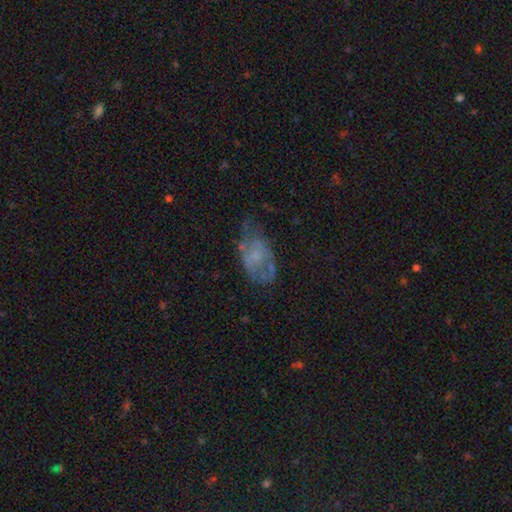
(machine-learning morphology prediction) The model was most divided on "bulge size": small: 42%, none: 36%, moderate: 18%, large: 3%, dominant: 1%. Remaining: edge-on disk — no (96%); bar — no (78%); spiral arms — no (54%); smooth or featured — featured or disk (53%); merging — none (40%).